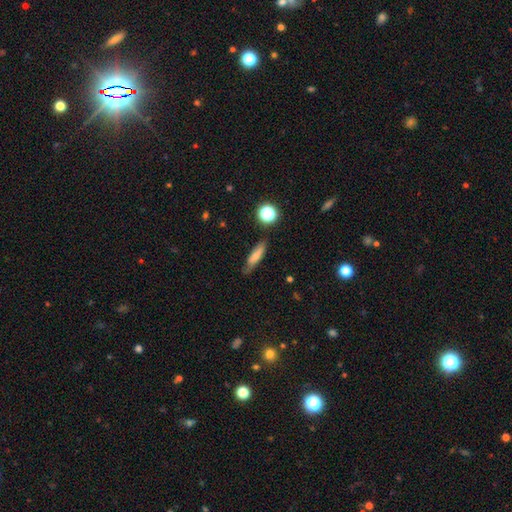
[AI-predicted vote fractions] Morphology: type=smooth (67%); roundness=cigar-shaped (64%); merging=none (72%).